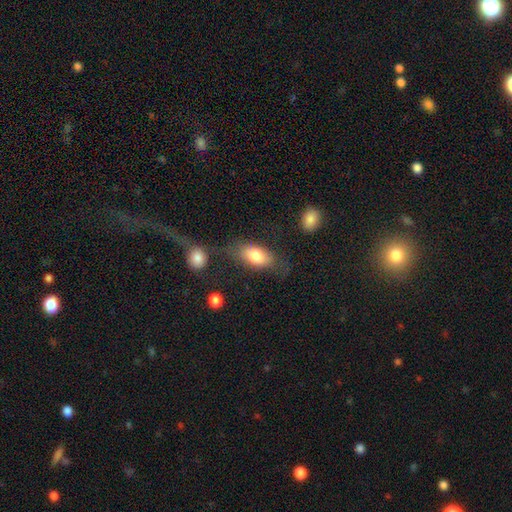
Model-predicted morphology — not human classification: This appears to be a smooth galaxy with no disk features (78%) that is in between round and cigar-shaped (87%). Merging: none (59%).